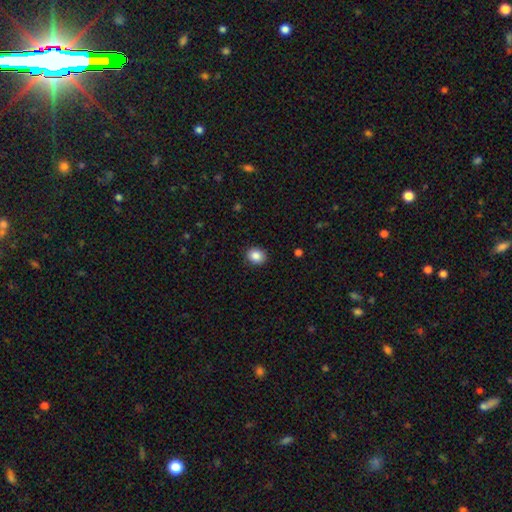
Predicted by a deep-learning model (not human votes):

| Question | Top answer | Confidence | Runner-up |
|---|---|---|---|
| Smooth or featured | smooth | 87% | star or artifact (9%) |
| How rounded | round | 65% | in between (34%) |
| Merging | none | 90% | minor disturbance (7%) |